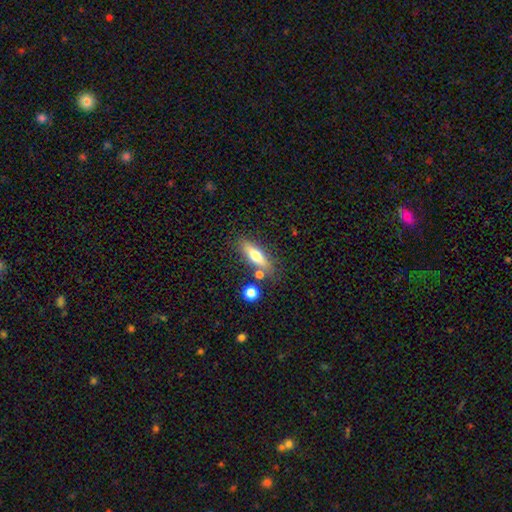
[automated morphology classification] Smooth or featured? smooth (63%)
How rounded? cigar-shaped (52%)
Merging? none (74%)